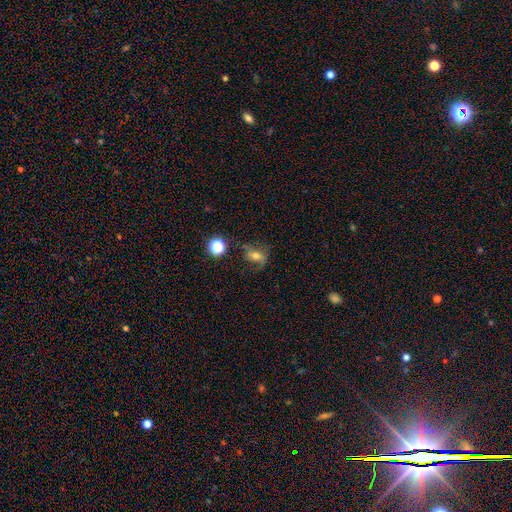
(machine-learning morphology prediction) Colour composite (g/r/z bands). It shows a smooth galaxy with no disk features (50%). Merging: none (51%).